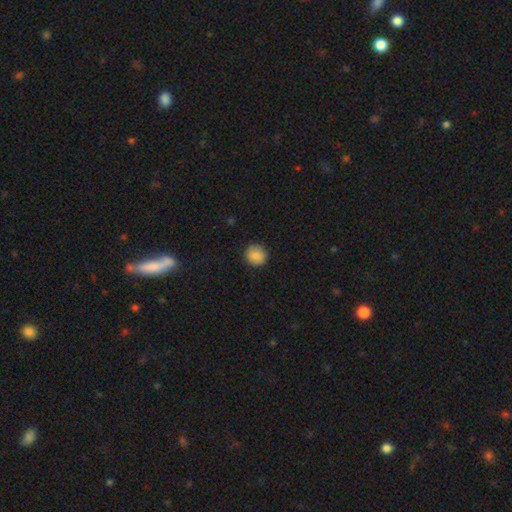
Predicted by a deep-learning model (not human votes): A smooth galaxy with no disk features (88%) that is round (91%). Merging: none (90%).